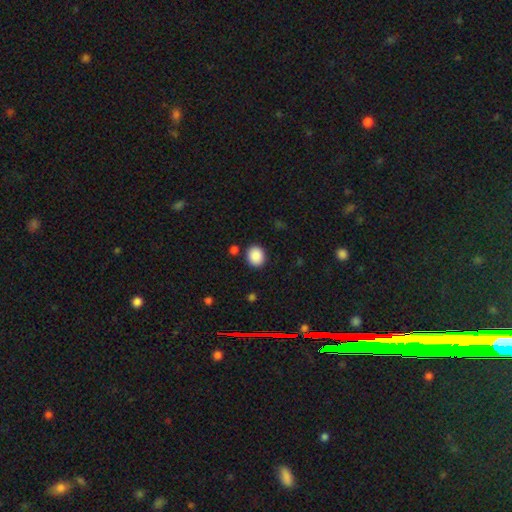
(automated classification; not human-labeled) Q: Smooth or featured?
A: smooth (88%); runner-up: star or artifact (9%)
Q: How rounded?
A: round (59%); runner-up: in between (40%)
Q: Merging?
A: none (86%); runner-up: minor disturbance (8%)